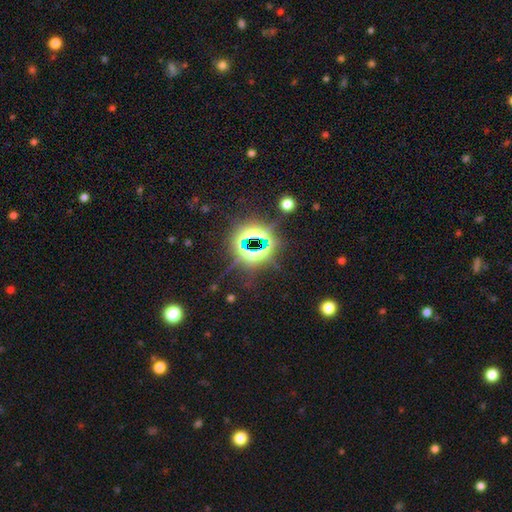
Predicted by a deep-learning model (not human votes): A star or artifact, not a galaxy (83%).

Vote fractions:
- Smooth or featured? star or artifact: 83% / smooth: 10% / featured or disk: 7%